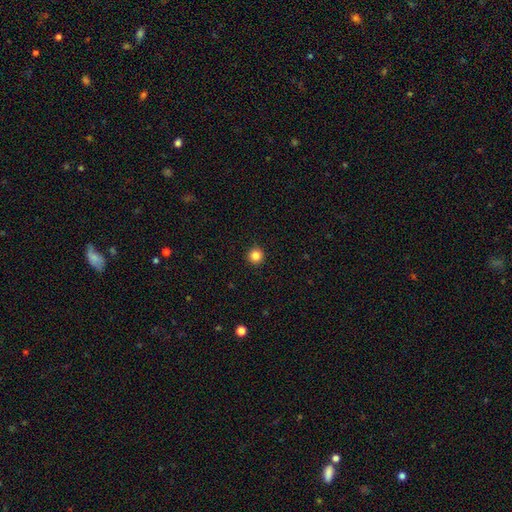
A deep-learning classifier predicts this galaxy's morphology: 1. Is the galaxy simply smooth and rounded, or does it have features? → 84% smooth, 12% star or artifact, 4% featured or disk.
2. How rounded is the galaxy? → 96% round, 4% in between, 1% cigar-shaped.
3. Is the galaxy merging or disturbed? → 93% none, 5% minor disturbance, 2% major disturbance, 1% merger.